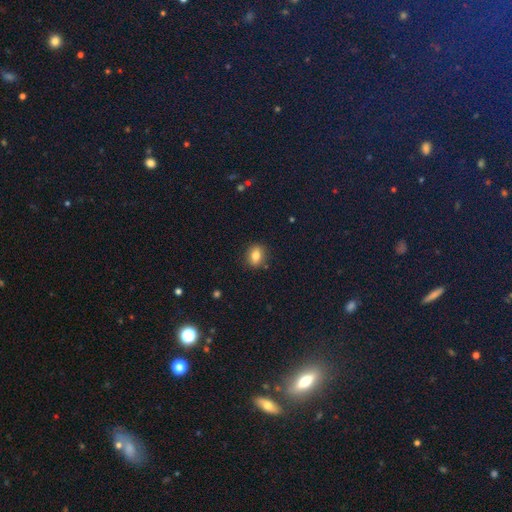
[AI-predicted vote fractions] This is likely a smooth galaxy (78%). How rounded: possibly in between (52%). Merging: clearly none (86%).